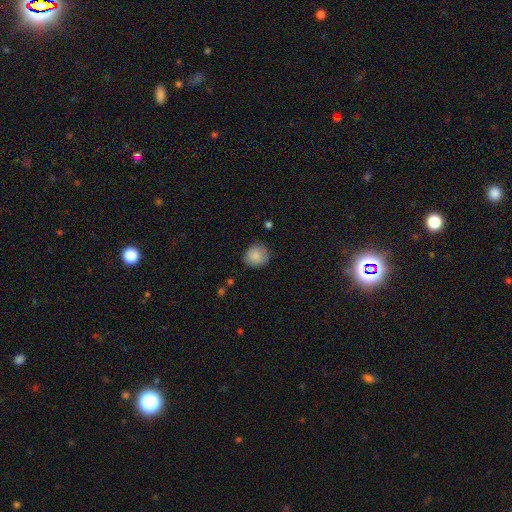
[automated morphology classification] smooth 87%, star or artifact 8%, featured or disk 6%. Down the decision tree: how rounded — round (86%); merging — none (82%).